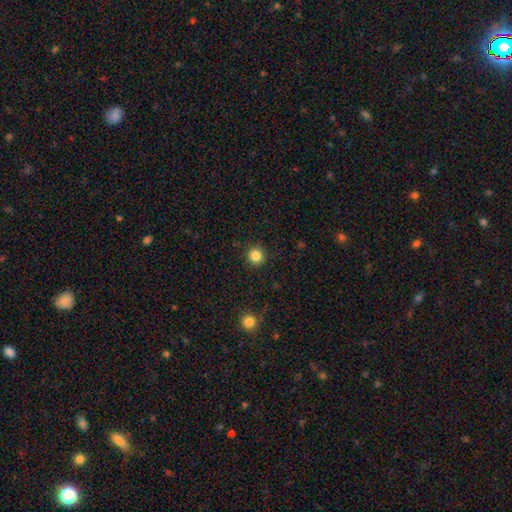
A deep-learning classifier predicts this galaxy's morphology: A smooth galaxy with no disk features (84%) that is round (95%).

Vote fractions:
- Smooth or featured? smooth: 84% / star or artifact: 12% / featured or disk: 4%
- How rounded? round: 95% / in between: 4% / cigar-shaped: 1%
- Merging? none: 92% / minor disturbance: 5% / major disturbance: 2% / merger: 1%